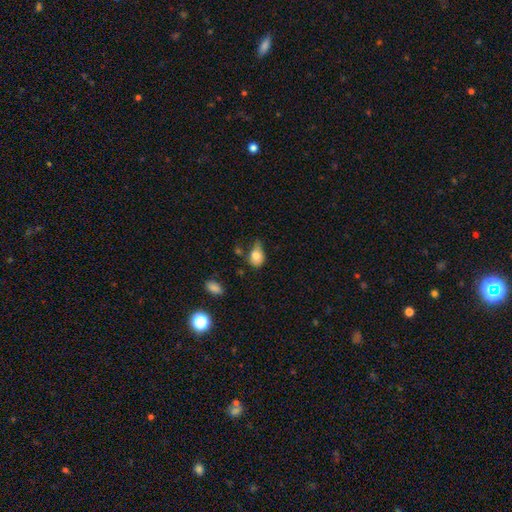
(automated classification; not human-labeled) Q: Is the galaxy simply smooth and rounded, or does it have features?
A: smooth — 78%.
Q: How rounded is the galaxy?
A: in between — 70%.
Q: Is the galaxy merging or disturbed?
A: minor disturbance — 46%.